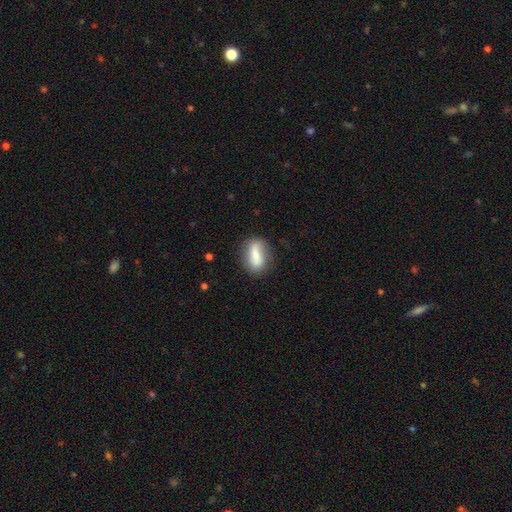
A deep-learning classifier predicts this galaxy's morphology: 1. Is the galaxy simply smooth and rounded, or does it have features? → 70% smooth, 23% featured or disk, 7% star or artifact.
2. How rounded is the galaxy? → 78% in between, 12% cigar-shaped, 10% round.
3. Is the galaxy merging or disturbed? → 72% none, 19% minor disturbance, 6% major disturbance, 3% merger.